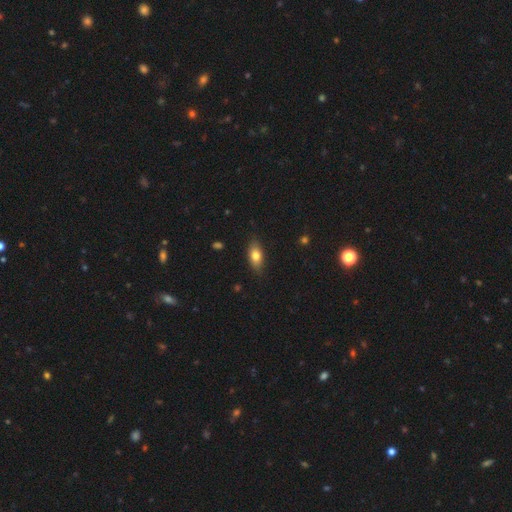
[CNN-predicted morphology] This is likely a smooth galaxy (76%). How rounded: clearly in between (85%). Merging: clearly none (83%).